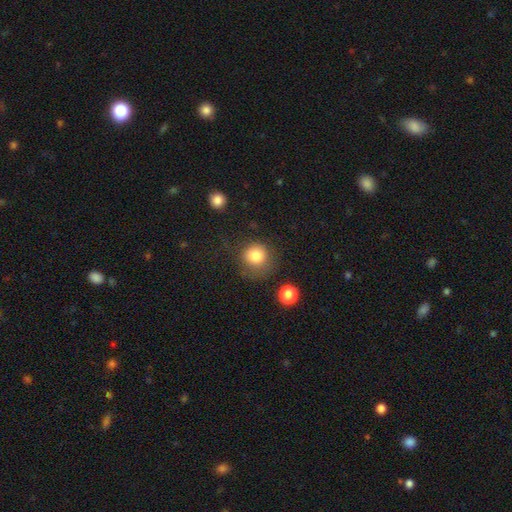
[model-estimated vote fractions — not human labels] This appears to be a smooth galaxy with no disk features (82%) that is round (89%). Merging: none (62%).